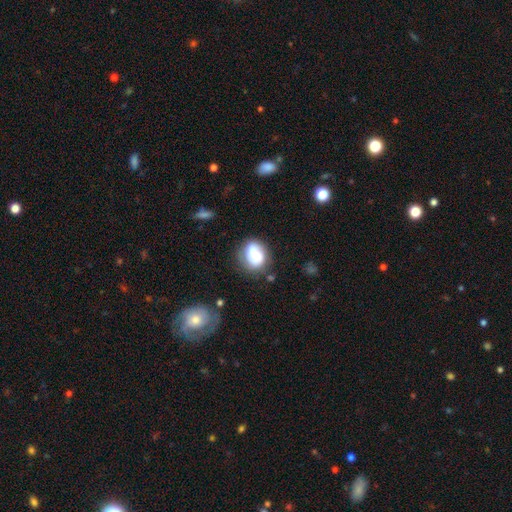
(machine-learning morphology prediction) type=smooth (60%); roundness=in between (56%); merging=none (54%).